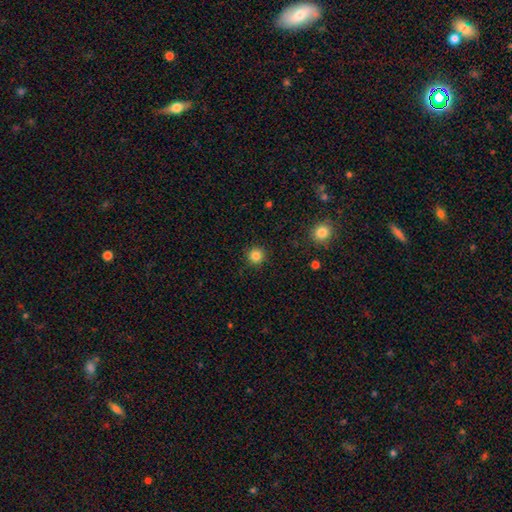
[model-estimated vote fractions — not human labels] This appears to be a smooth galaxy with no disk features (84%) that is round (95%). Merging: none (91%).